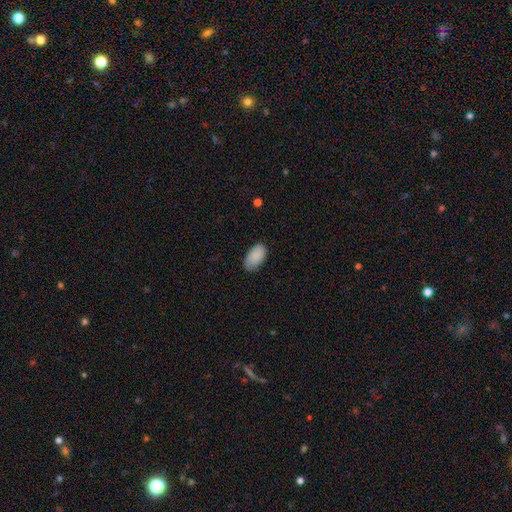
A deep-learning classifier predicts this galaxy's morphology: Smooth or featured? Predicted: smooth (p=0.88). How rounded? Predicted: in between (p=0.95). Merging? Predicted: none (p=0.79).